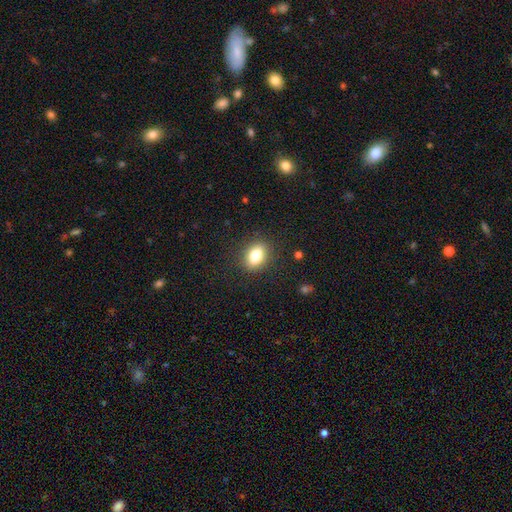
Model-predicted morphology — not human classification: Smooth or featured? Predicted: smooth (p=0.81). How rounded? Predicted: in between (p=0.74). Merging? Predicted: none (p=0.88).